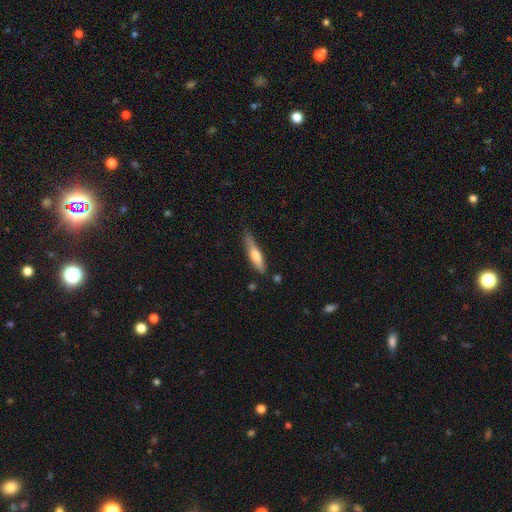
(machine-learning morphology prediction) smooth-or-featured: smooth: 55% | featured or disk: 40% | star or artifact: 6%
  how-rounded: cigar-shaped: 84% | in between: 14% | round: 2%
  merging: none: 70% | minor disturbance: 22% | major disturbance: 5% | merger: 3%